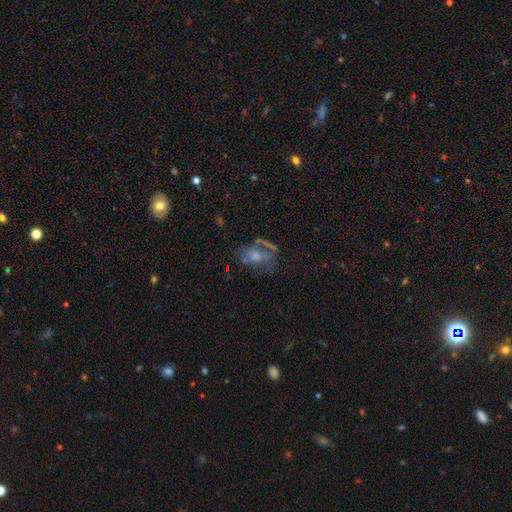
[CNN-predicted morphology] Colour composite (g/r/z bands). It shows a featured or disk galaxy (47%). Merging: none (45%).